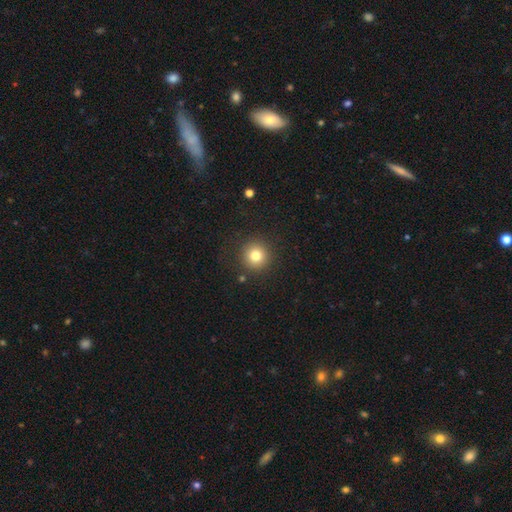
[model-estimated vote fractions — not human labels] The model was most divided on "smooth or featured": smooth: 80%, star or artifact: 12%, featured or disk: 8%. More confident: how rounded — round (94%); merging — none (89%).